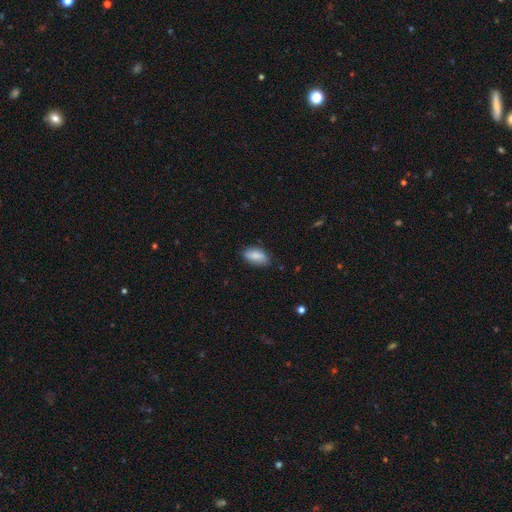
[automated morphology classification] smooth_or_featured: smooth (p=0.84) [alt: featured or disk p=0.09]
how_rounded: in between (p=0.90) [alt: cigar-shaped p=0.06]
merging: none (p=0.75) [alt: minor disturbance p=0.20]